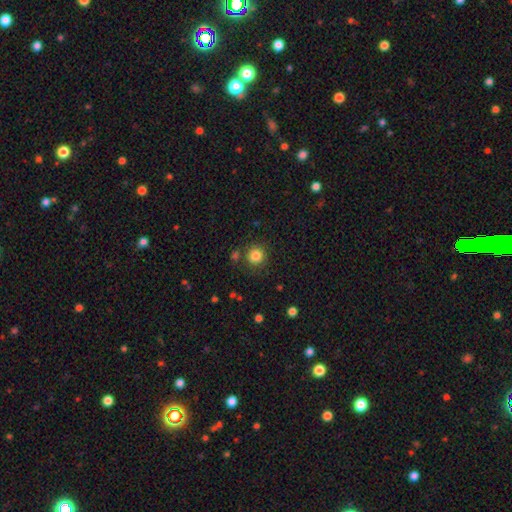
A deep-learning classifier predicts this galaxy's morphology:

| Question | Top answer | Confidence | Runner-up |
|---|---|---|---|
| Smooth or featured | smooth | 83% | star or artifact (12%) |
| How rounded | round | 93% | in between (7%) |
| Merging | none | 82% | minor disturbance (9%) |